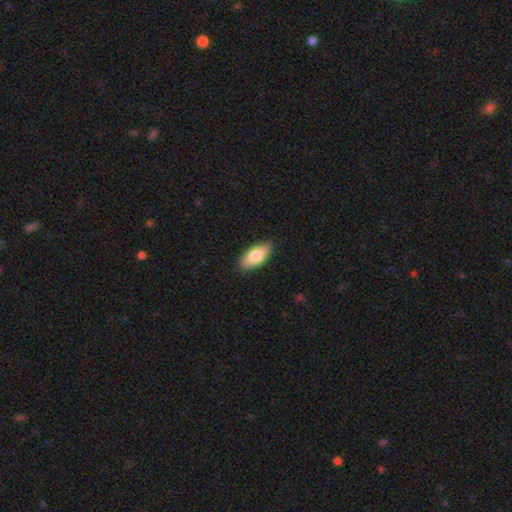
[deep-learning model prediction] Smooth or featured: smooth — 78% (featured or disk — 16%)
How rounded: in between — 87% (cigar-shaped — 10%)
Merging: none — 88% (minor disturbance — 9%)